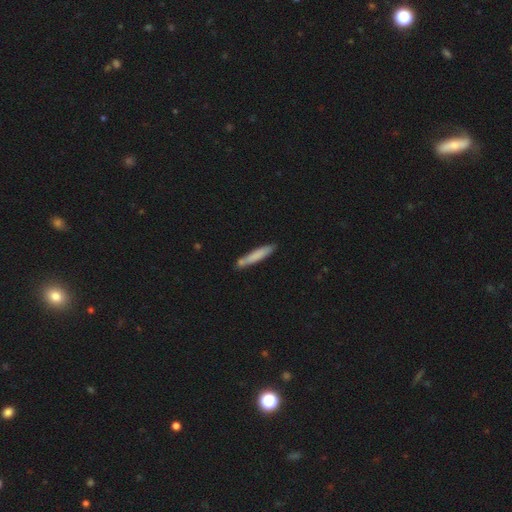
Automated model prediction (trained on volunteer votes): smooth_or_featured: smooth (p=0.74) [alt: featured or disk p=0.20]
how_rounded: cigar-shaped (p=0.93) [alt: in between p=0.06]
merging: none (p=0.76) [alt: minor disturbance p=0.14]